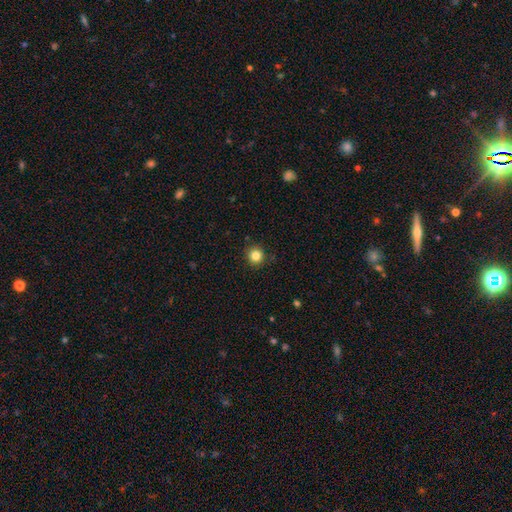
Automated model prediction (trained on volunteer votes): smooth 83%, star or artifact 12%, featured or disk 5%. Down the decision tree: how rounded — round (94%); merging — none (91%).